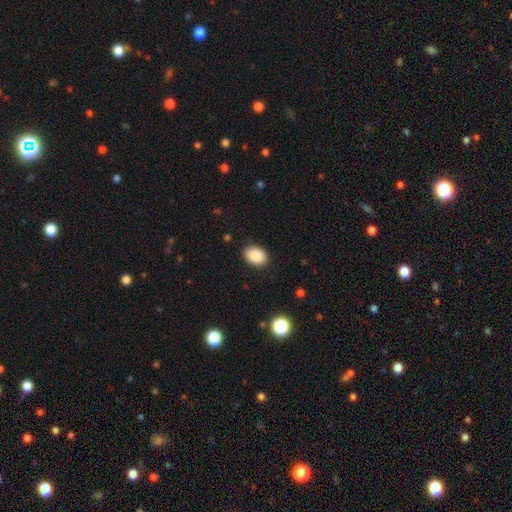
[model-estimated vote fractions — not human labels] This appears to be a smooth galaxy with no disk features (88%) that is in between round and cigar-shaped (82%). Merging: none (89%).